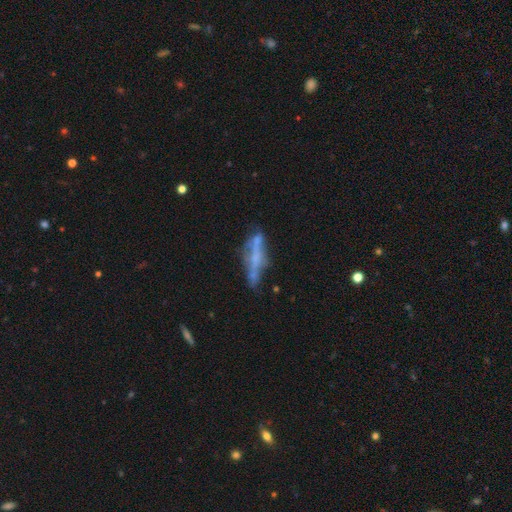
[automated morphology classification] A featured or disk galaxy (58%) viewed edge-on (63%).

Vote fractions:
- Smooth or featured? featured or disk: 58% / smooth: 31% / star or artifact: 10%
- Edge-on disk? yes: 63% / no: 37%
- Merging? none: 56% / minor disturbance: 23% / major disturbance: 13% / merger: 9%